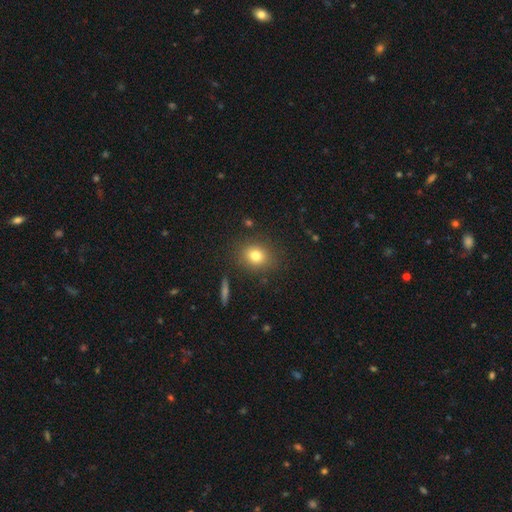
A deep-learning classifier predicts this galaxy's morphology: This is likely a smooth galaxy (78%). How rounded: likely round (66%). Merging: clearly none (85%).